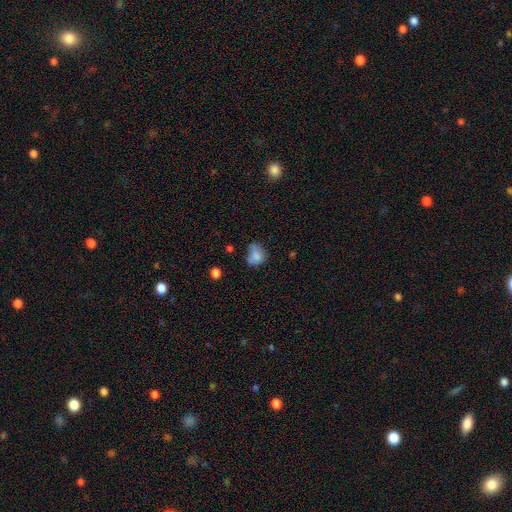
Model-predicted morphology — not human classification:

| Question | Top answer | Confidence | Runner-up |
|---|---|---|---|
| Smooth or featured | smooth | 75% | featured or disk (14%) |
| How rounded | round | 50% | in between (49%) |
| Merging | none | 36% | minor disturbance (33%) |